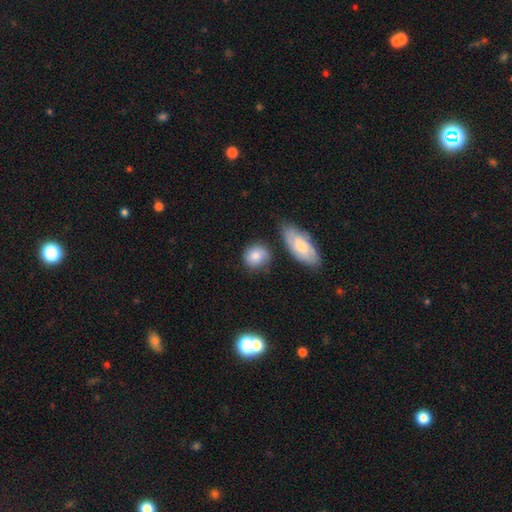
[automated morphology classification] smooth-or-featured: smooth: 78% | featured or disk: 15% | star or artifact: 7%
  how-rounded: round: 72% | in between: 26% | cigar-shaped: 2%
  merging: none: 61% | minor disturbance: 23% | merger: 9% | major disturbance: 7%